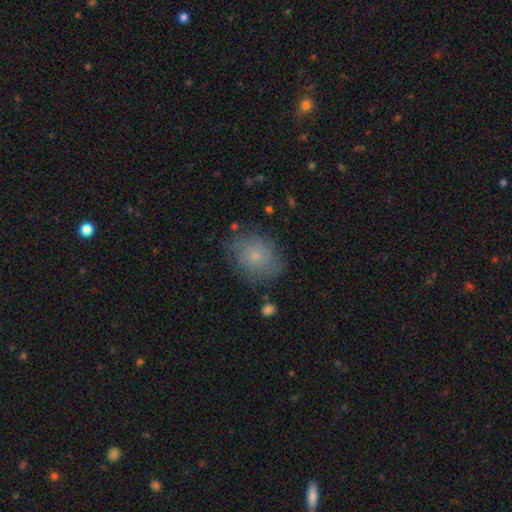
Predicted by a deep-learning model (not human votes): Q: Smooth or featured?
A: smooth (66%); runner-up: featured or disk (24%)
Q: How rounded?
A: round (57%); runner-up: in between (42%)
Q: Merging?
A: none (72%); runner-up: minor disturbance (19%)